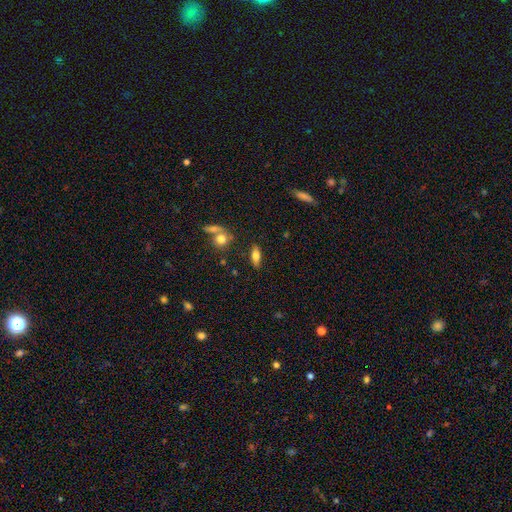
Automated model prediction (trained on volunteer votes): smooth-or-featured: smooth: 68% | featured or disk: 23% | star or artifact: 9%
  how-rounded: in between: 70% | cigar-shaped: 26% | round: 4%
  merging: none: 80% | minor disturbance: 11% | merger: 5% | major disturbance: 3%